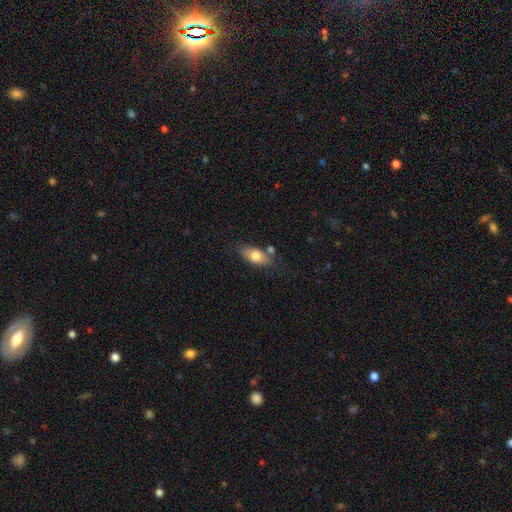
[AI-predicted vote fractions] A smooth galaxy with no disk features (74%) that is in between round and cigar-shaped (85%).

Vote fractions:
- Smooth or featured? smooth: 74% / featured or disk: 19% / star or artifact: 7%
- How rounded? in between: 85% / cigar-shaped: 10% / round: 5%
- Merging? none: 71% / minor disturbance: 16% / merger: 9% / major disturbance: 4%